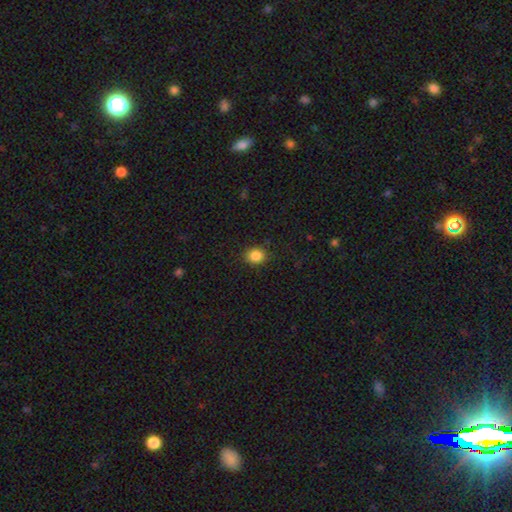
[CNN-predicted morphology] smooth-or-featured: smooth: 85% | star or artifact: 10% | featured or disk: 4%
  how-rounded: round: 67% | in between: 32% | cigar-shaped: 1%
  merging: none: 86% | minor disturbance: 10% | major disturbance: 3% | merger: 1%